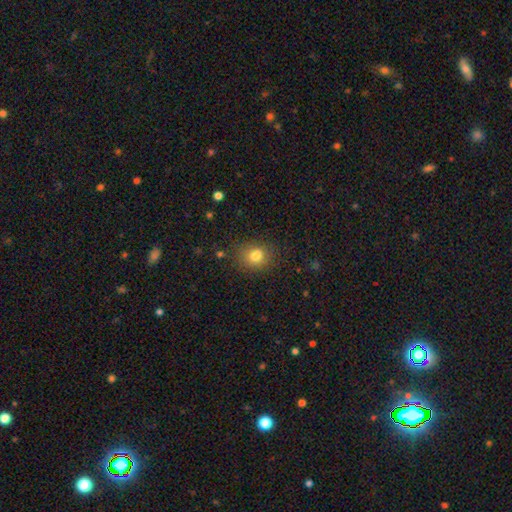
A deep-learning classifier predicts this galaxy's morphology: This is likely a smooth galaxy (79%). How rounded: possibly round (56%). Merging: likely none (77%).